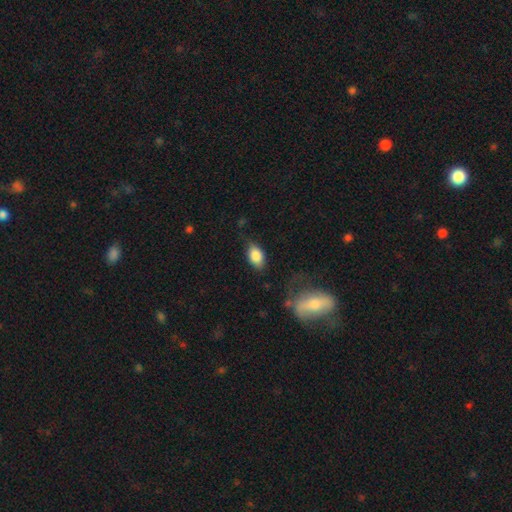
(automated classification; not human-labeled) The model was most divided on "merging": none: 69%, minor disturbance: 22%, major disturbance: 7%, merger: 2%. More confident: how rounded — in between (89%); smooth or featured — smooth (83%).